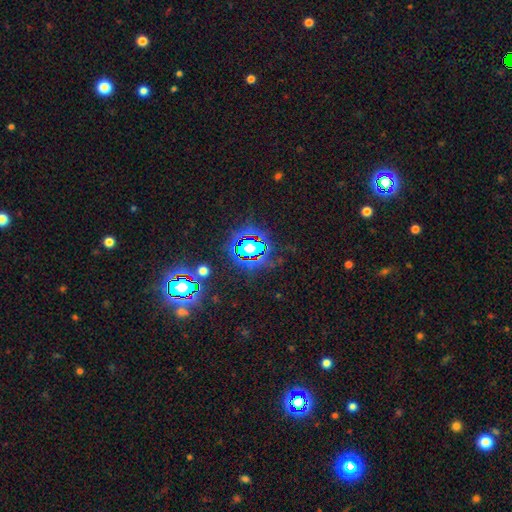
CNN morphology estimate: This is clearly a star or artifact rather than a galaxy (82%).